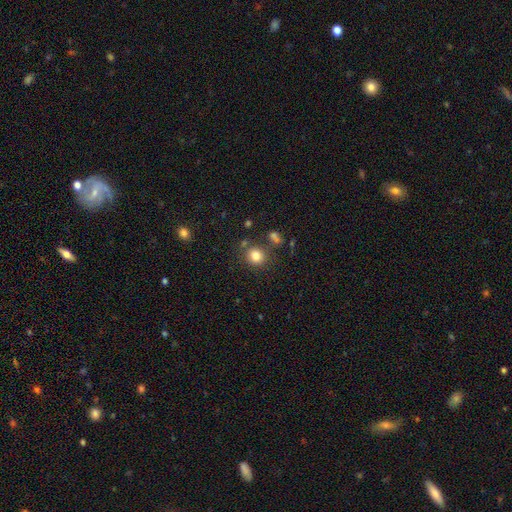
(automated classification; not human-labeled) Overall: smooth (81%). How rounded: round (83%). Merging: none (79%).